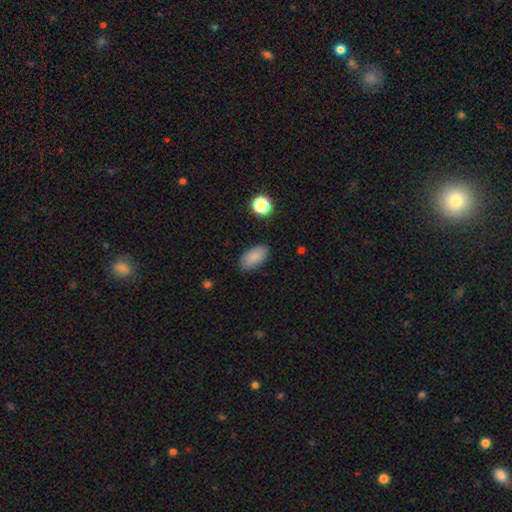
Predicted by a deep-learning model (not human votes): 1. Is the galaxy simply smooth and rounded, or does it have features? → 86% smooth, 8% star or artifact, 6% featured or disk.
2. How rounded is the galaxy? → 93% in between, 4% round, 3% cigar-shaped.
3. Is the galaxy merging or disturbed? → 84% none, 11% minor disturbance, 3% major disturbance, 1% merger.